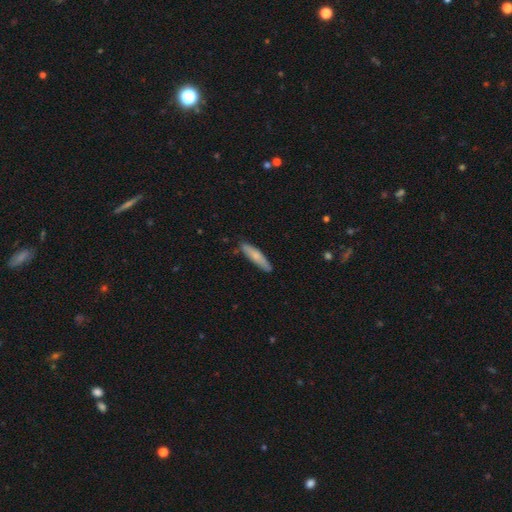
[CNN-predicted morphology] Smooth or featured? smooth (72%)
How rounded? cigar-shaped (82%)
Merging? none (85%)